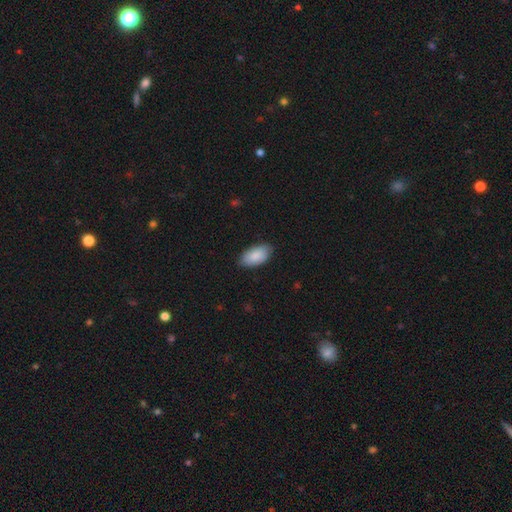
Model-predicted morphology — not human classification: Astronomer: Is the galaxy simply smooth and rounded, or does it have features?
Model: smooth — 88%.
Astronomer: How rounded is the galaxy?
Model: in between — 95%.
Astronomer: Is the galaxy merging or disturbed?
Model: none — 83%.